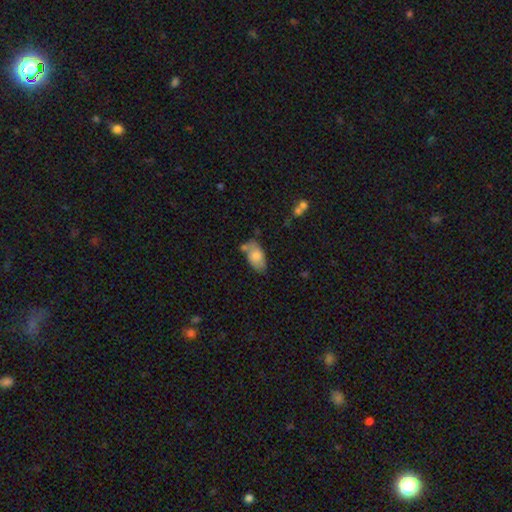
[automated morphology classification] Smooth or featured?
  - smooth: 75% *
  - featured or disk: 18%
  - star or artifact: 7%
How rounded?
  - in between: 93% *
  - round: 4%
  - cigar-shaped: 3%
Merging?
  - none: 54% *
  - minor disturbance: 25%
  - merger: 14%
  - major disturbance: 7%